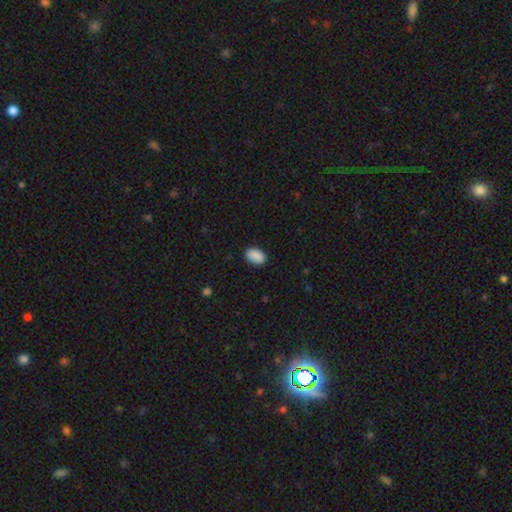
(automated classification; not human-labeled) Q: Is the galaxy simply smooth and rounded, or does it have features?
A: smooth — 90%.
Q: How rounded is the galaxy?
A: in between — 90%.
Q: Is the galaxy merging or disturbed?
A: none — 87%.